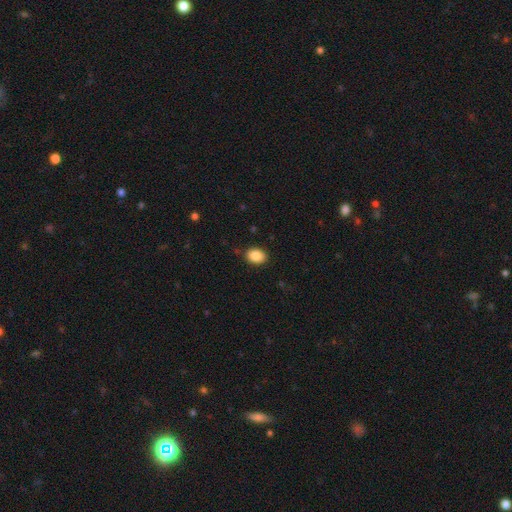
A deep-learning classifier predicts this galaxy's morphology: This is clearly a smooth galaxy (89%). How rounded: likely in between (72%). Merging: clearly none (87%).